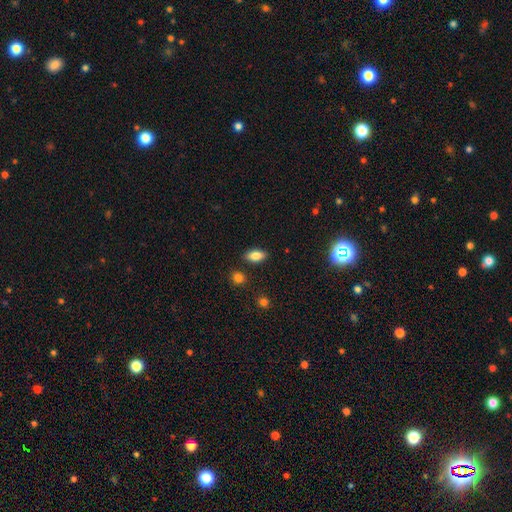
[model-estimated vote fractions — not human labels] smooth-or-featured: smooth: 81% | featured or disk: 10% | star or artifact: 8%
  how-rounded: in between: 89% | cigar-shaped: 7% | round: 4%
  merging: none: 86% | minor disturbance: 9% | merger: 3% | major disturbance: 2%